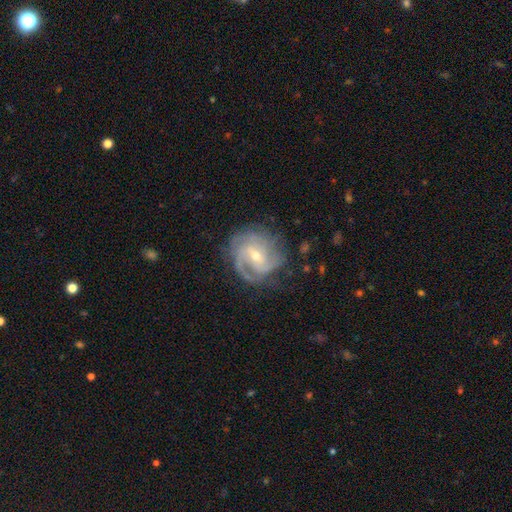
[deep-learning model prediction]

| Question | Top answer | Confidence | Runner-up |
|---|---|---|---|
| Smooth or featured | featured or disk | 88% | smooth (7%) |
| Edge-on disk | no | 98% | yes (2%) |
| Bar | weak | 47% | no (38%) |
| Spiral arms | yes | 97% | no (3%) |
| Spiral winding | tight | 54% | medium (36%) |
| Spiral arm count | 3 | 30% | 2 (24%) |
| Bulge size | small | 57% | moderate (40%) |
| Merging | none | 69% | minor disturbance (19%) |